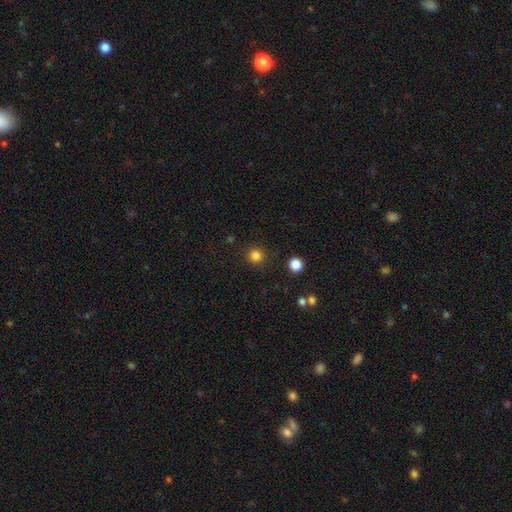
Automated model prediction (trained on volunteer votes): Q: Smooth or featured?
A: smooth (82%); runner-up: star or artifact (14%)
Q: How rounded?
A: round (95%); runner-up: in between (4%)
Q: Merging?
A: none (91%); runner-up: minor disturbance (5%)